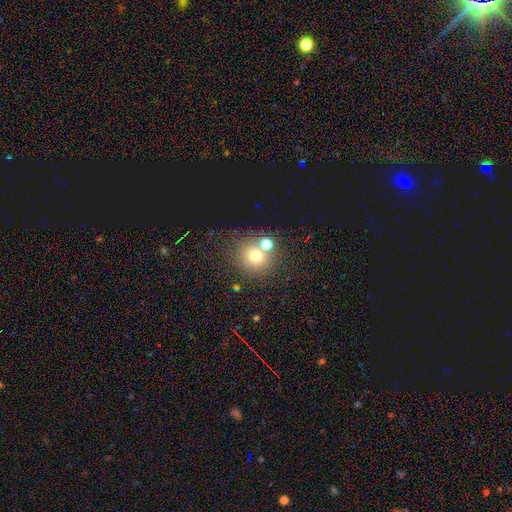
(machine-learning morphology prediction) smooth 67%, star or artifact 21%, featured or disk 12%. Down the decision tree: how rounded — round (88%); merging — none (64%).